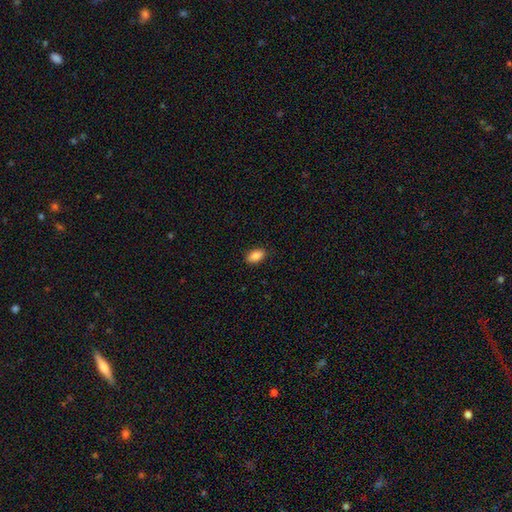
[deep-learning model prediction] Smooth or featured? smooth (87%)
How rounded? in between (91%)
Merging? none (88%)